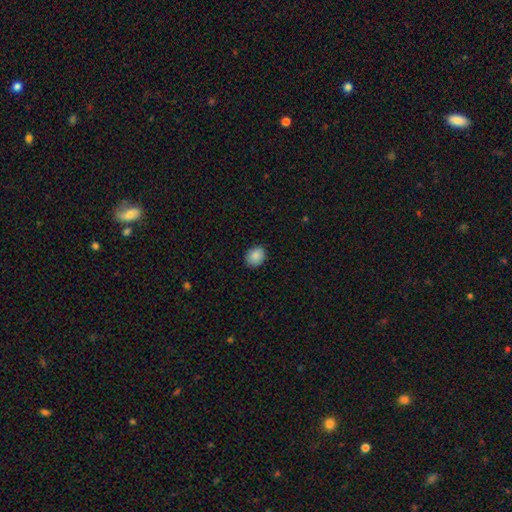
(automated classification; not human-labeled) Smooth or featured: smooth — 87% (star or artifact — 8%)
How rounded: round — 59% (in between — 40%)
Merging: none — 88% (minor disturbance — 9%)